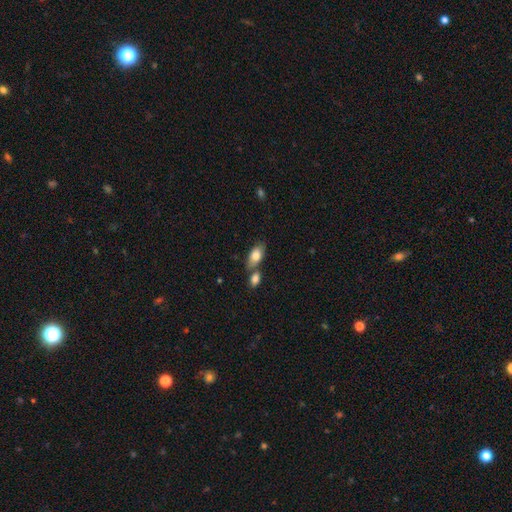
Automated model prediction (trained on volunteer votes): This is clearly a smooth galaxy (80%). How rounded: clearly in between (90%). Merging: possibly none (53%).